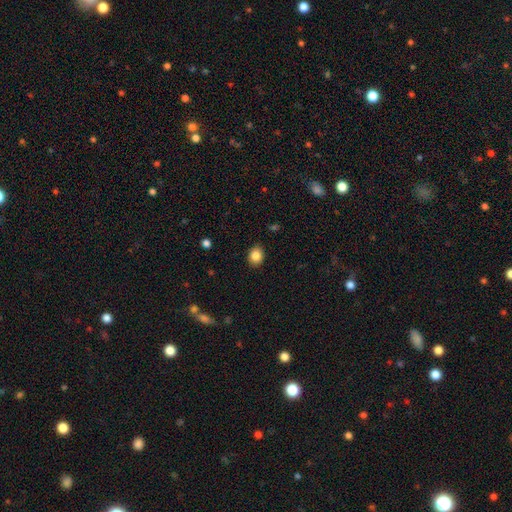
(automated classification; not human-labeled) A smooth galaxy with no disk features (85%) that is round (53%). Merging: none (88%).